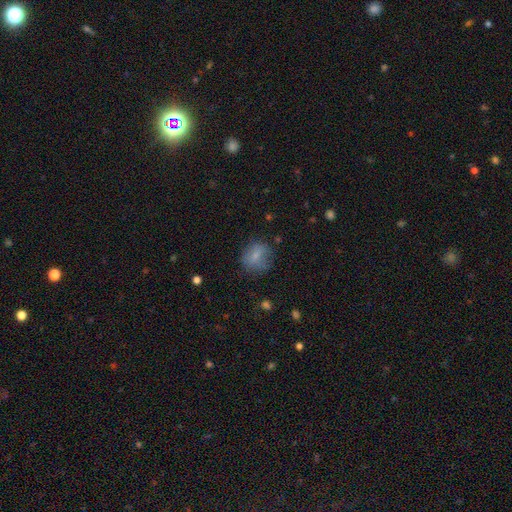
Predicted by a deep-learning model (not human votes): This is likely a smooth galaxy (73%). How rounded: likely round (62%). Merging: likely none (66%).